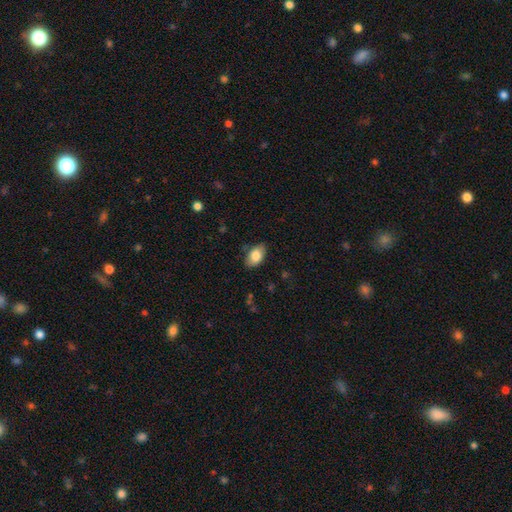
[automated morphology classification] type=smooth (84%); roundness=in between (91%); merging=none (80%).